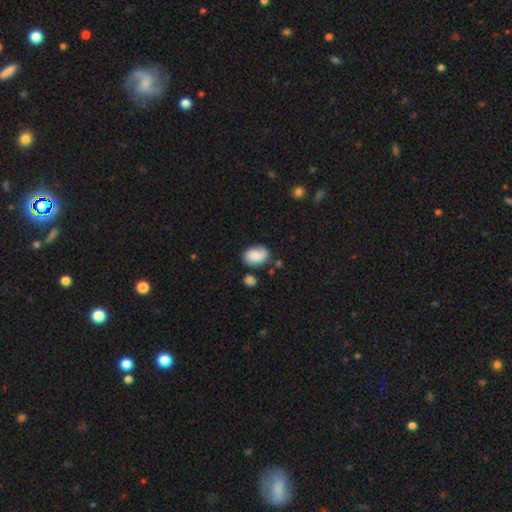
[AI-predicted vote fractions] This is likely a smooth galaxy (65%). How rounded: likely in between (76%). Merging: likely none (64%).